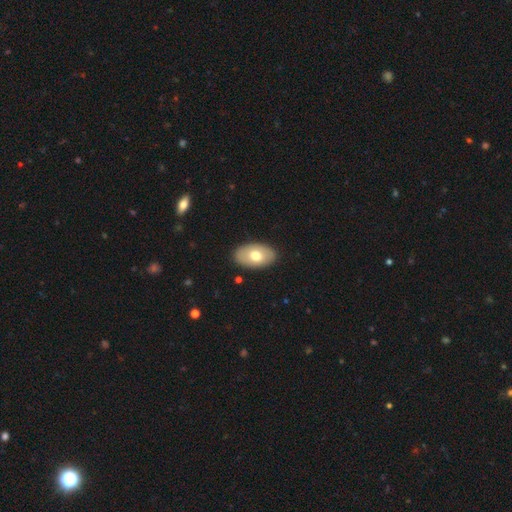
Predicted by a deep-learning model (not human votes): This is likely a smooth galaxy (69%). How rounded: clearly in between (94%). Merging: clearly none (88%).